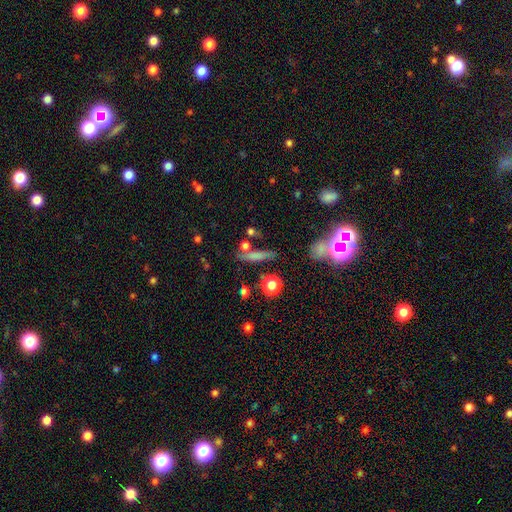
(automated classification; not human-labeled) Morphology: type=smooth (65%); roundness=cigar-shaped (70%); merging=none (66%).